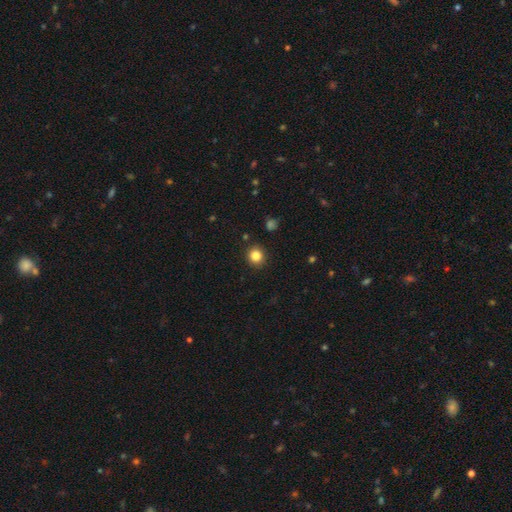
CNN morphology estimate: This appears to be a smooth galaxy with no disk features (85%) that is round (89%). Merging: none (90%).